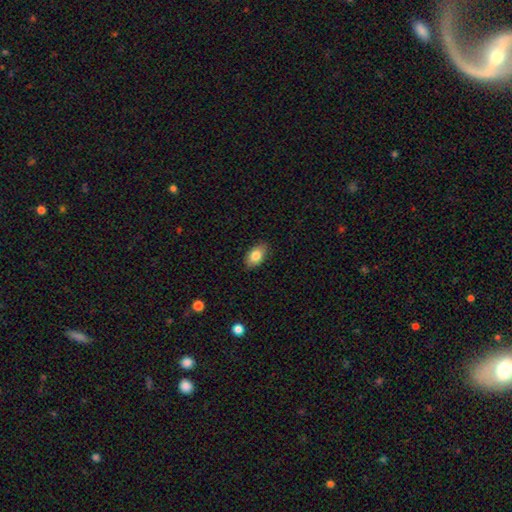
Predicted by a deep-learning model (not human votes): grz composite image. It shows a smooth galaxy with no disk features (83%) that is in between round and cigar-shaped (89%). Merging: none (86%).